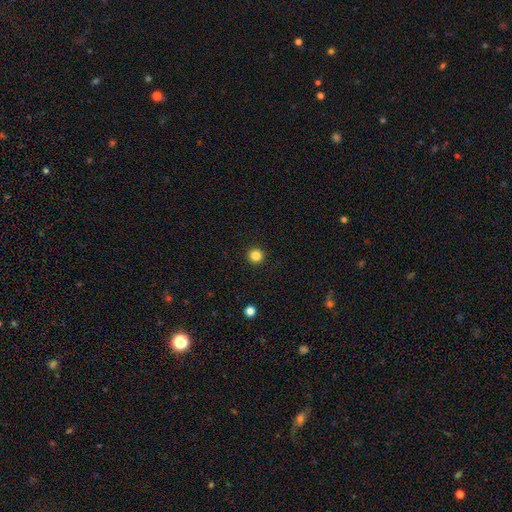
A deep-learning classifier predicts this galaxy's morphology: Smooth or featured? smooth (84%)
How rounded? round (96%)
Merging? none (94%)